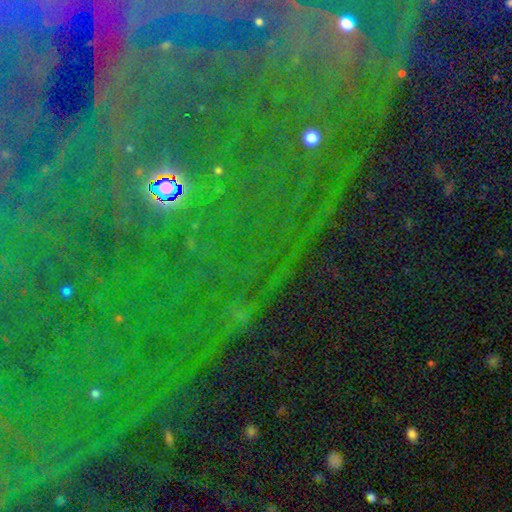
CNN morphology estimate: Smooth or featured: star or artifact — 81% (featured or disk — 11%)